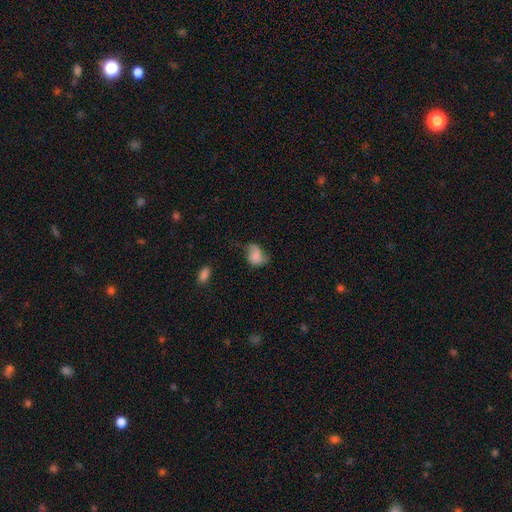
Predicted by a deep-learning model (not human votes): Smooth or featured? smooth (68%)
How rounded? in between (73%)
Merging? none (39%)